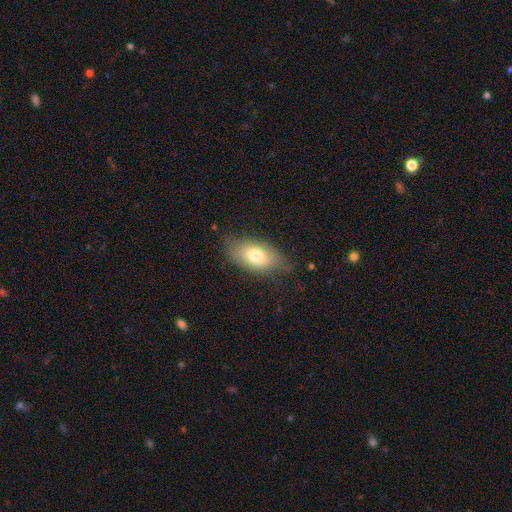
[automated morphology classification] Overall: smooth (72%). How rounded: in between (88%). Merging: none (66%).